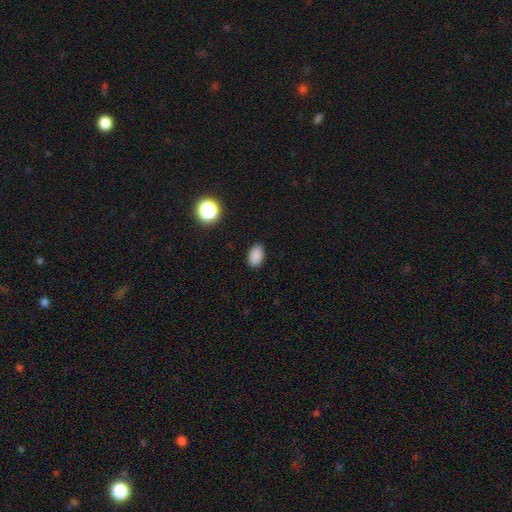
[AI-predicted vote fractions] Smooth or featured? Predicted: smooth (p=0.86). How rounded? Predicted: in between (p=0.88). Merging? Predicted: none (p=0.88).